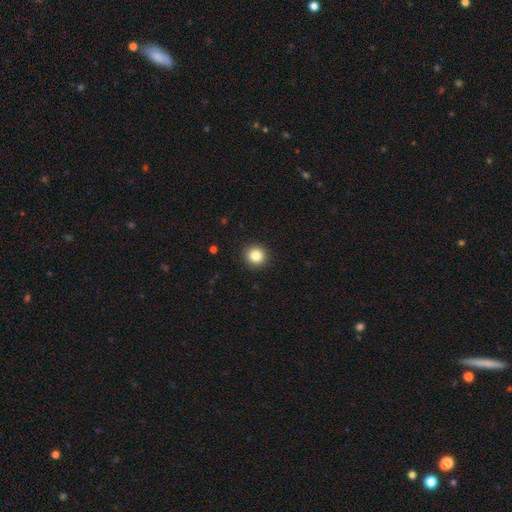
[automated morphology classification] This is clearly a smooth galaxy (85%). How rounded: clearly round (94%). Merging: clearly none (92%).